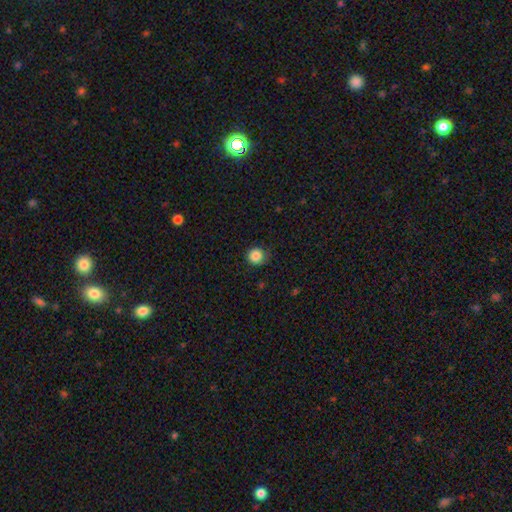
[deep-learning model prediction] smooth 86%, star or artifact 10%, featured or disk 4%. Down the decision tree: how rounded — round (91%); merging — none (79%).